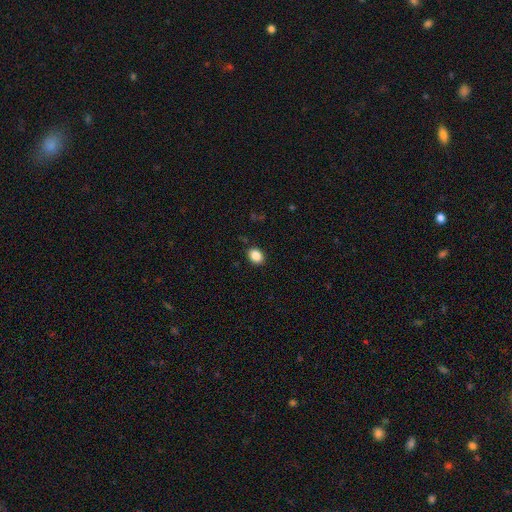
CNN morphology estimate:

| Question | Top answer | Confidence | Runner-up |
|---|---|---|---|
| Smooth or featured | smooth | 87% | star or artifact (9%) |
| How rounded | in between | 59% | round (40%) |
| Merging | none | 88% | minor disturbance (8%) |